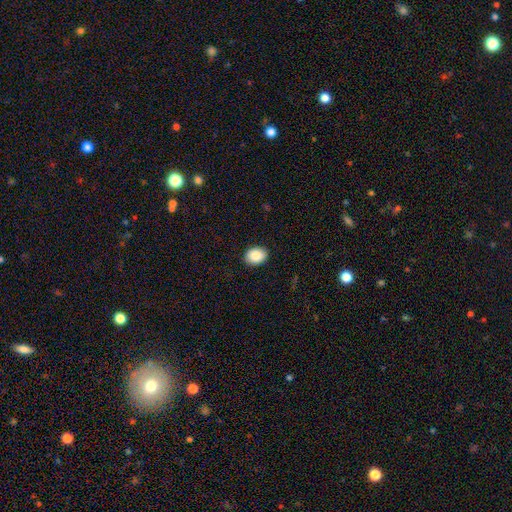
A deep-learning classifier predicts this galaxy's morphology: Smooth or featured? Predicted: smooth (p=0.87). How rounded? Predicted: in between (p=0.69). Merging? Predicted: none (p=0.90).